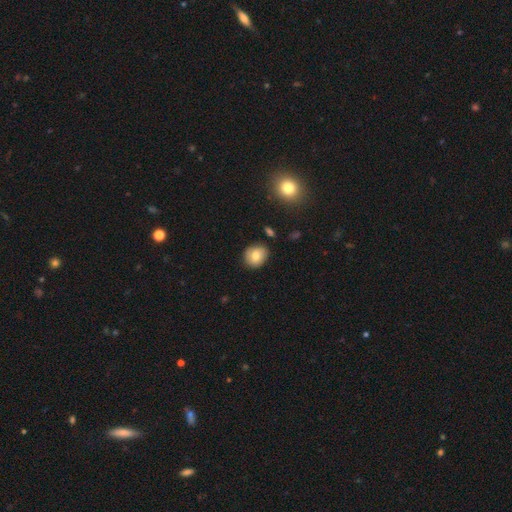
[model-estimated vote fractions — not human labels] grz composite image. It shows a smooth galaxy with no disk features (76%) that is round (72%). Merging: none (81%).